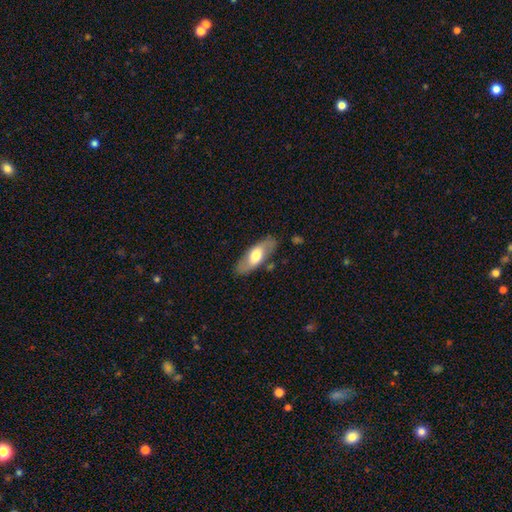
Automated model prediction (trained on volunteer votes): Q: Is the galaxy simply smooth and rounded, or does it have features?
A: smooth — 59%.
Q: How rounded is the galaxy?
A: in between — 78%.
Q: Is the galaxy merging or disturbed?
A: none — 80%.